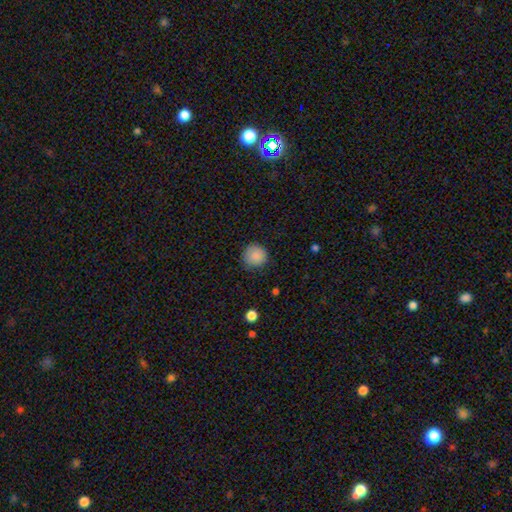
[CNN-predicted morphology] smooth 87%, star or artifact 8%, featured or disk 4%. Down the decision tree: how rounded — round (93%); merging — none (84%).